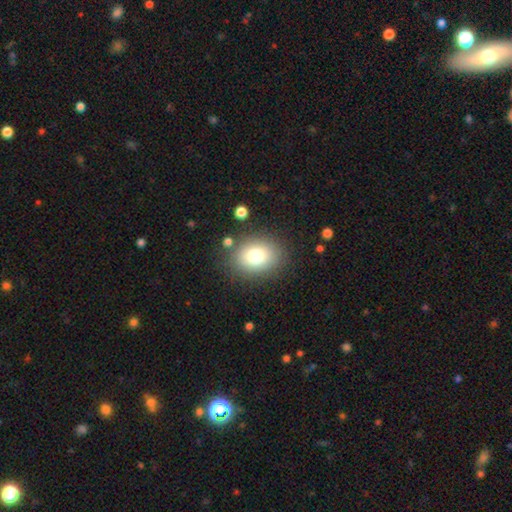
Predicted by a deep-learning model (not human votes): smooth 77%, featured or disk 11%, star or artifact 11%. Down the decision tree: how rounded — in between (51%); merging — none (82%).